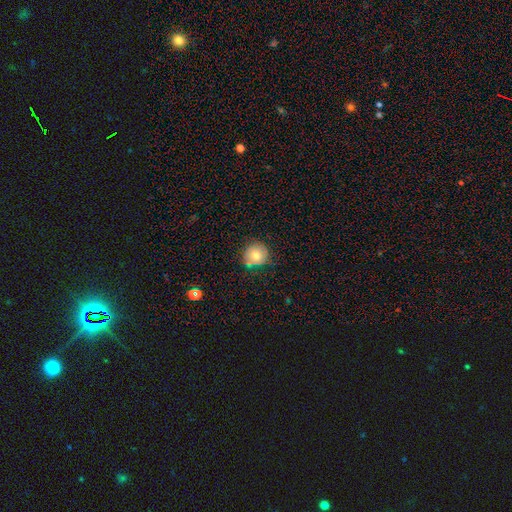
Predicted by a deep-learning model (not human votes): A smooth galaxy with no disk features (75%) that is round (91%).

Vote fractions:
- Smooth or featured? smooth: 75% / featured or disk: 15% / star or artifact: 11%
- How rounded? round: 91% / in between: 8% / cigar-shaped: 1%
- Merging? none: 77% / minor disturbance: 15% / merger: 4% / major disturbance: 3%